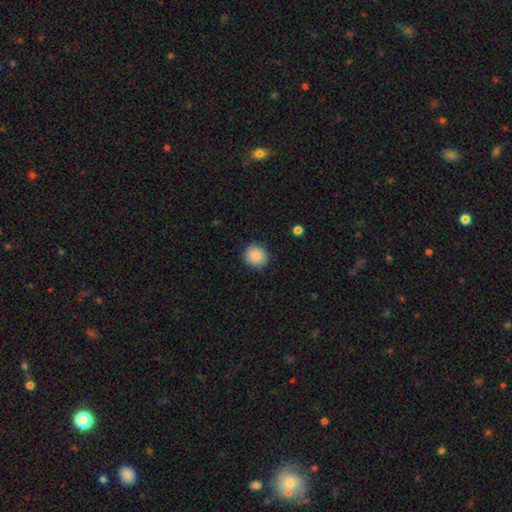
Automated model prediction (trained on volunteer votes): Overall: smooth (86%). How rounded: round (86%). Merging: none (88%).